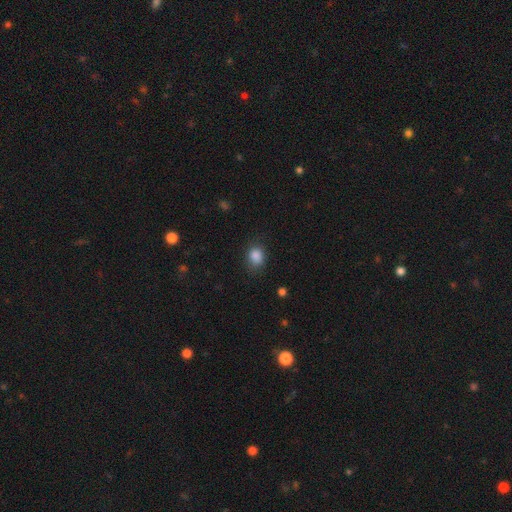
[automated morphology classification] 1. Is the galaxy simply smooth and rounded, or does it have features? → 86% smooth, 10% star or artifact, 4% featured or disk.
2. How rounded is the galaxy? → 54% round, 45% in between, 1% cigar-shaped.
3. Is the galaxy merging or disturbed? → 74% none, 19% minor disturbance, 6% major disturbance, 1% merger.